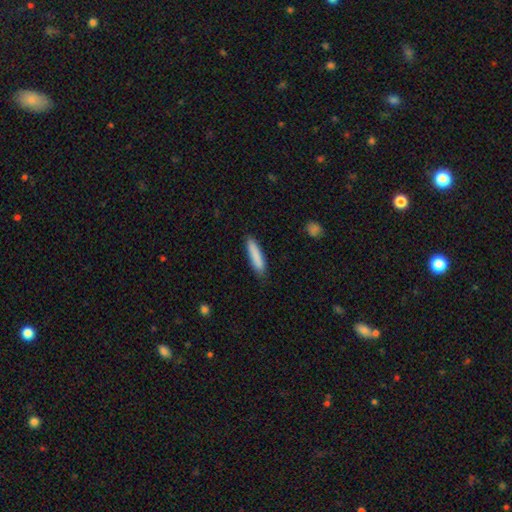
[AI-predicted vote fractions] The model was most divided on "how rounded": cigar-shaped: 83%, in between: 15%, round: 1%. More confident: smooth or featured — smooth (86%); merging — none (85%).